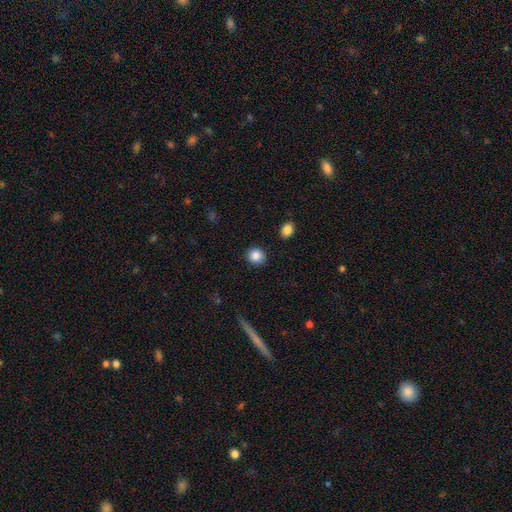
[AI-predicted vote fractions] Smooth or featured?
  - smooth: 87% *
  - star or artifact: 9%
  - featured or disk: 4%
How rounded?
  - round: 84% *
  - in between: 15%
  - cigar-shaped: 1%
Merging?
  - none: 90% *
  - minor disturbance: 6%
  - major disturbance: 2%
  - merger: 2%